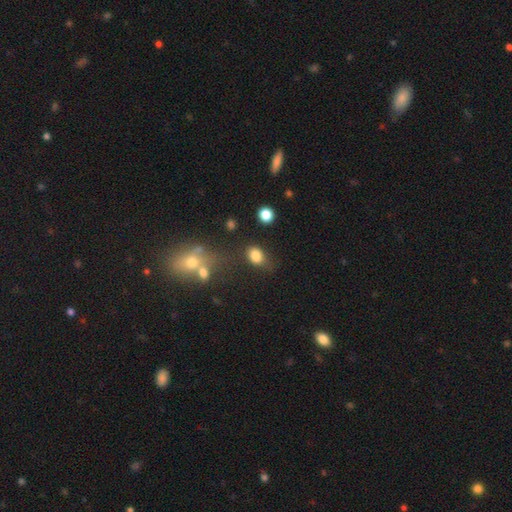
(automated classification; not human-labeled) Smooth or featured: smooth — 83% (star or artifact — 11%)
How rounded: in between — 69% (round — 30%)
Merging: none — 59% (minor disturbance — 24%)